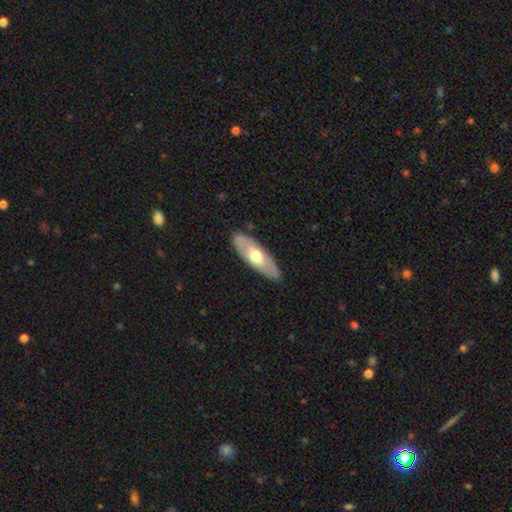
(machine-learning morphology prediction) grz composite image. It shows a featured or disk galaxy (52%). Merging: none (86%).